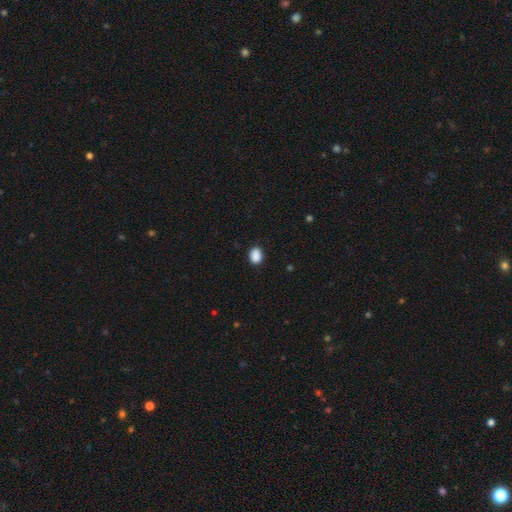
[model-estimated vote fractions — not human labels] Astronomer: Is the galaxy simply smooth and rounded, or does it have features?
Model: smooth — 89%.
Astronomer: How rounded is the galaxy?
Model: in between — 60% (runner-up: round, 39%).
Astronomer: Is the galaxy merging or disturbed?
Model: none — 88%.